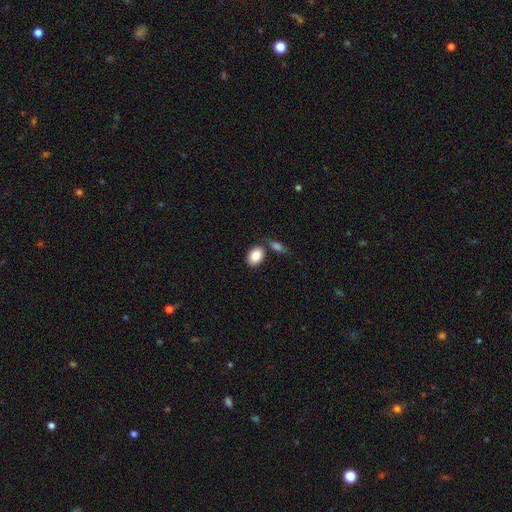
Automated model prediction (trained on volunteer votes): smooth-or-featured: smooth: 87% | star or artifact: 7% | featured or disk: 6%
  how-rounded: in between: 81% | round: 17% | cigar-shaped: 1%
  merging: none: 66% | merger: 16% | minor disturbance: 13% | major disturbance: 4%